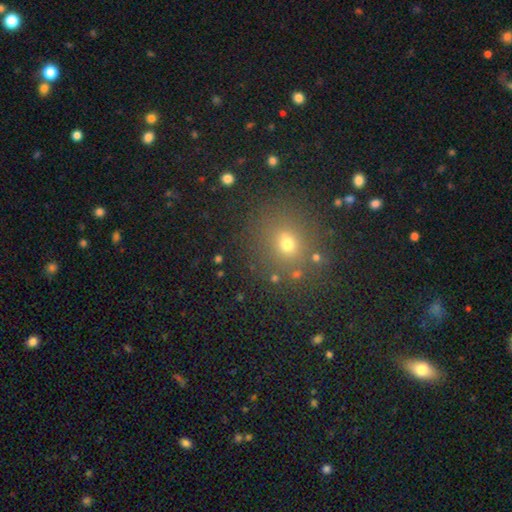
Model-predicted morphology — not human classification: This is possibly a smooth galaxy (59%). How rounded: clearly round (84%). Merging: clearly none (85%).